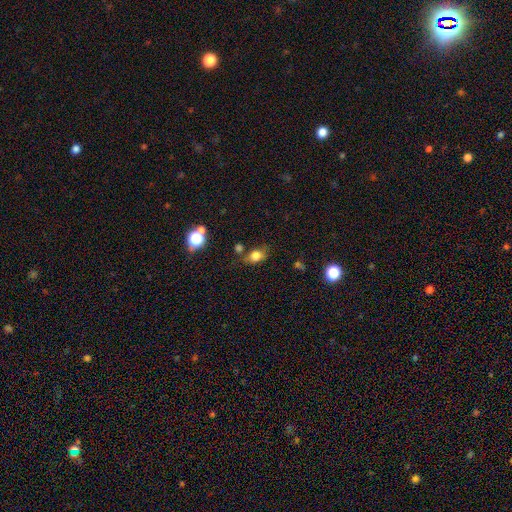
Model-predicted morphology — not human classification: Smooth or featured: smooth — 77% (star or artifact — 13%)
How rounded: in between — 66% (round — 32%)
Merging: none — 62% (minor disturbance — 22%)